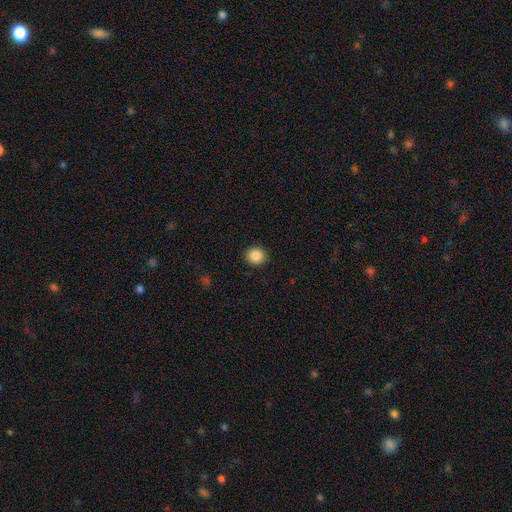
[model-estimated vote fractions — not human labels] This appears to be a smooth galaxy with no disk features (87%) that is round (86%). Merging: none (91%).